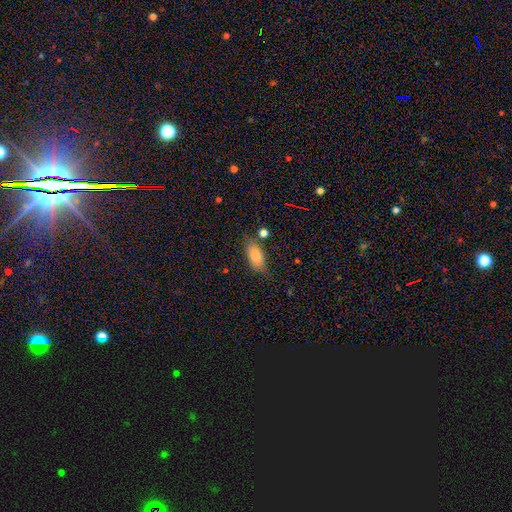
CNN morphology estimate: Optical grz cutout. It shows a smooth galaxy with no disk features (80%) that is in between round and cigar-shaped (84%). Merging: none (69%).